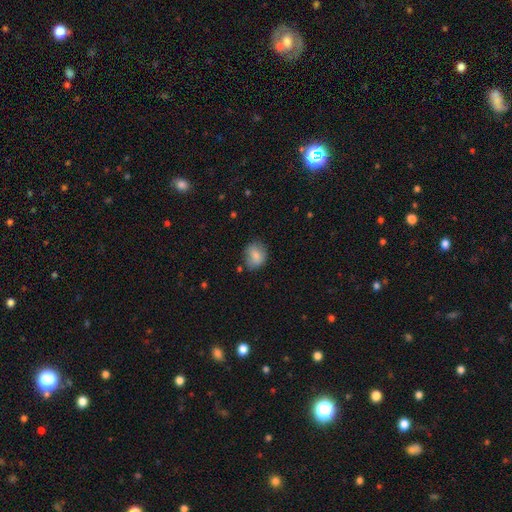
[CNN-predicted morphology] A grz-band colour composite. It shows a smooth galaxy with no disk features (80%) that is round (55%). Merging: none (68%).